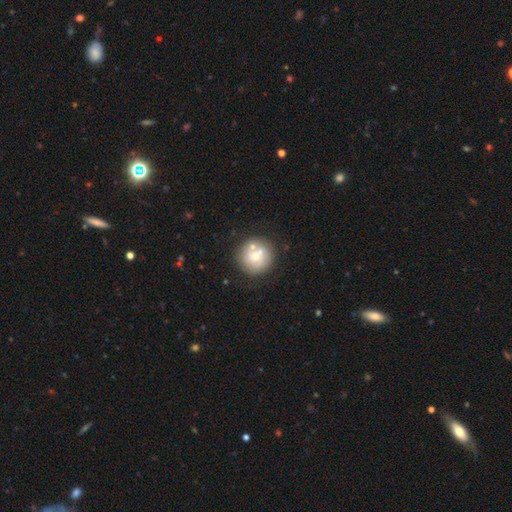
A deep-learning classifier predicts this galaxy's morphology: Smooth or featured? smooth (52%)
How rounded? round (93%)
Merging? none (66%)